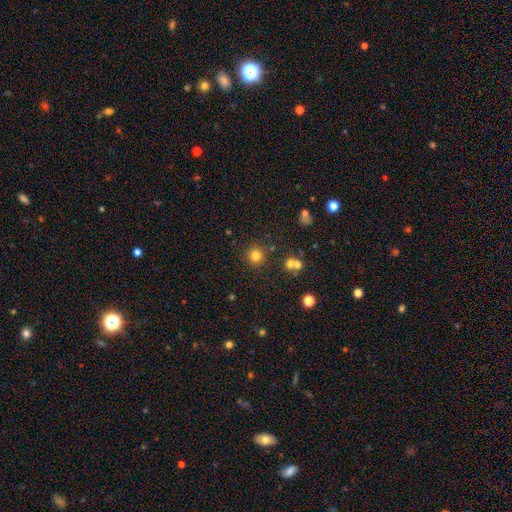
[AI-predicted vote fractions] The model was most divided on "smooth or featured": smooth: 79%, star or artifact: 15%, featured or disk: 6%. More confident: how rounded — round (93%); merging — none (84%).